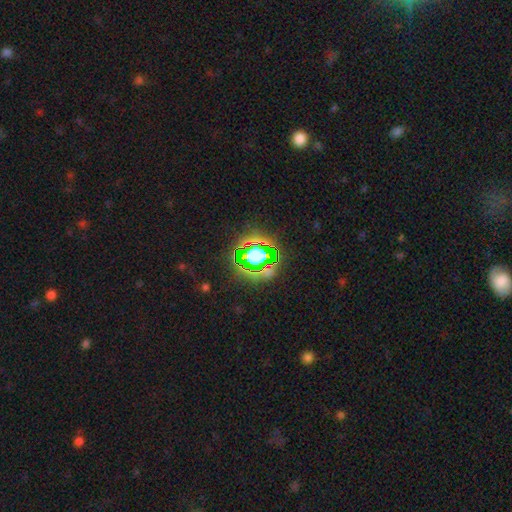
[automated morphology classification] Smooth or featured: star or artifact — 67% (smooth — 20%)